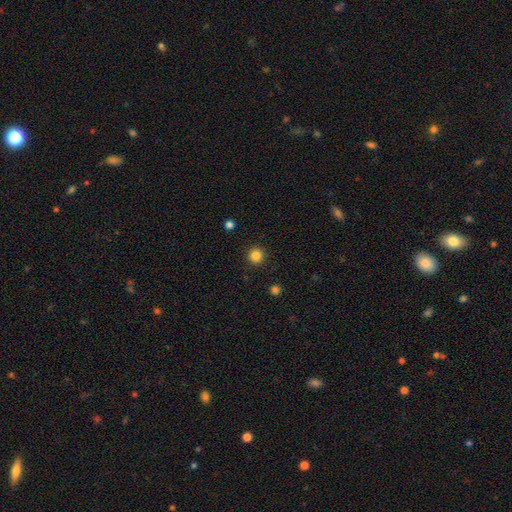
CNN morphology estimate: This is clearly a smooth galaxy (84%). How rounded: clearly round (95%). Merging: clearly none (92%).